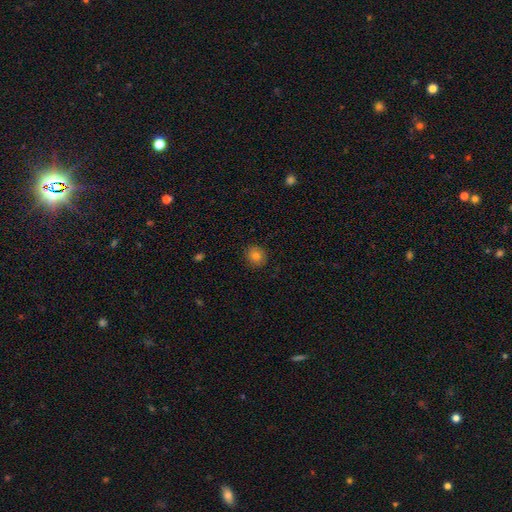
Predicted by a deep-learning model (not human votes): smooth 81%, star or artifact 11%, featured or disk 8%. Down the decision tree: how rounded — round (78%); merging — none (89%).